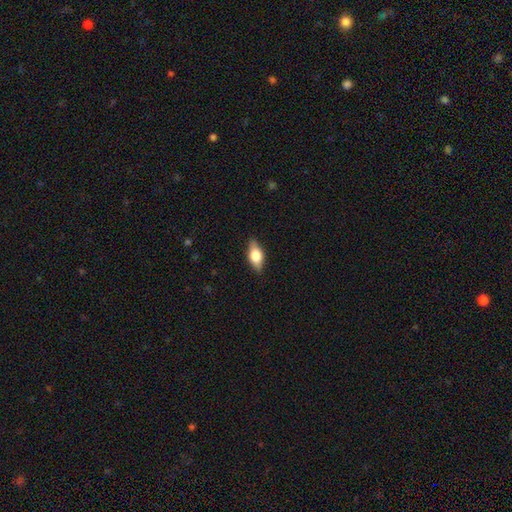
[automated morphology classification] Smooth or featured? smooth (62%)
How rounded? in between (82%)
Merging? none (85%)